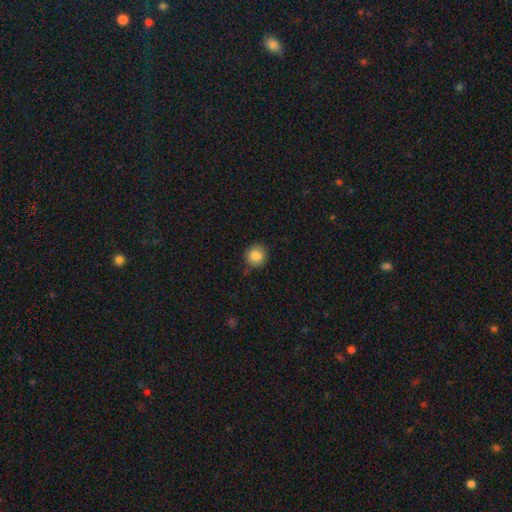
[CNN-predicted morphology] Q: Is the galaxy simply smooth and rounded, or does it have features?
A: smooth — 86%.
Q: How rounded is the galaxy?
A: round — 89%.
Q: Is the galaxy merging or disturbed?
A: none — 84%.